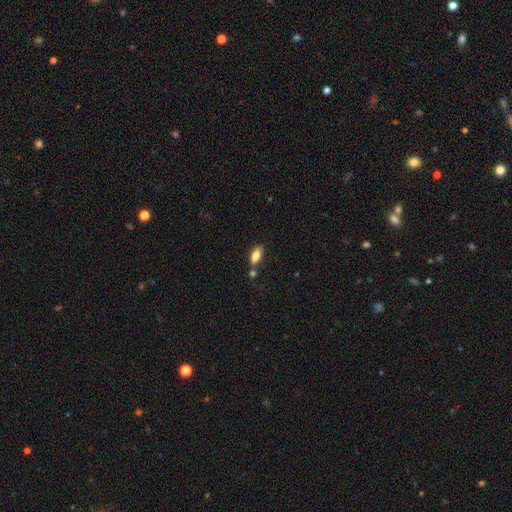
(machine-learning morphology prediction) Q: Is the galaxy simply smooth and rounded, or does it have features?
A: smooth — 81%.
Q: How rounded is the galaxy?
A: in between — 82%.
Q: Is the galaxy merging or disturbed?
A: none — 69%.